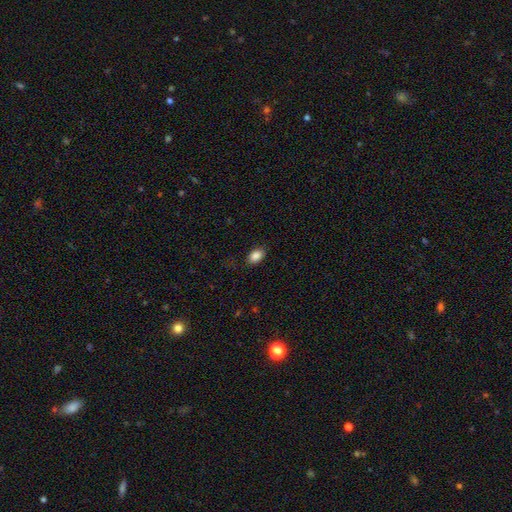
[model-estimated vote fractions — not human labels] Smooth or featured: smooth — 86% (star or artifact — 8%)
How rounded: in between — 88% (round — 10%)
Merging: none — 85% (minor disturbance — 11%)